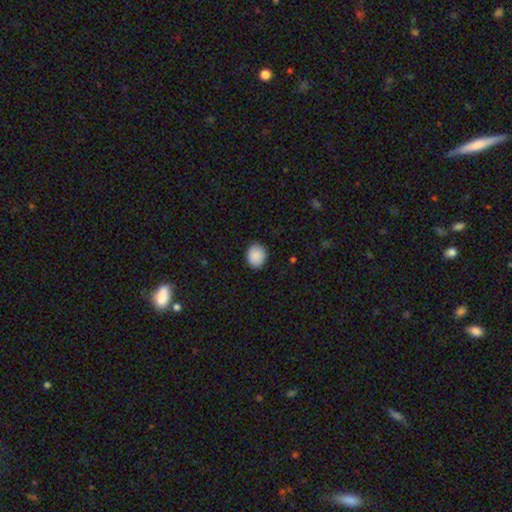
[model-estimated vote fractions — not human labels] A smooth galaxy with no disk features (89%) that is round (77%).

Vote fractions:
- Smooth or featured? smooth: 89% / star or artifact: 8% / featured or disk: 3%
- How rounded? round: 77% / in between: 22% / cigar-shaped: 1%
- Merging? none: 90% / minor disturbance: 8% / major disturbance: 2% / merger: 1%